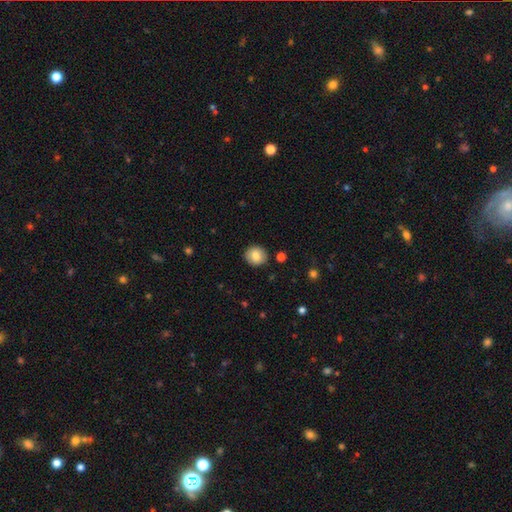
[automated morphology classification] Overall: smooth (83%). How rounded: round (85%). Merging: none (89%).